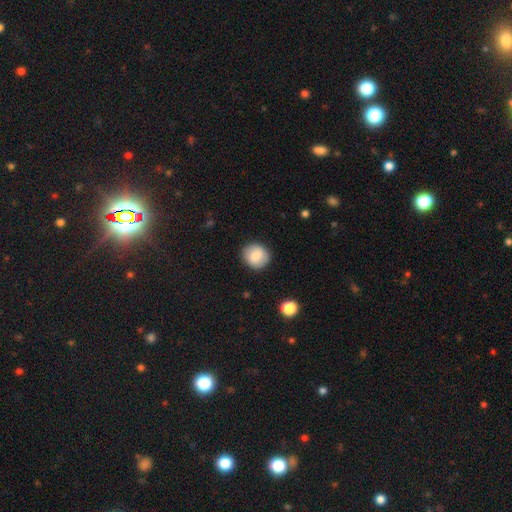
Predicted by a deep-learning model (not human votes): Smooth or featured: smooth — 81% (featured or disk — 11%)
How rounded: round — 83% (in between — 16%)
Merging: none — 88% (minor disturbance — 9%)